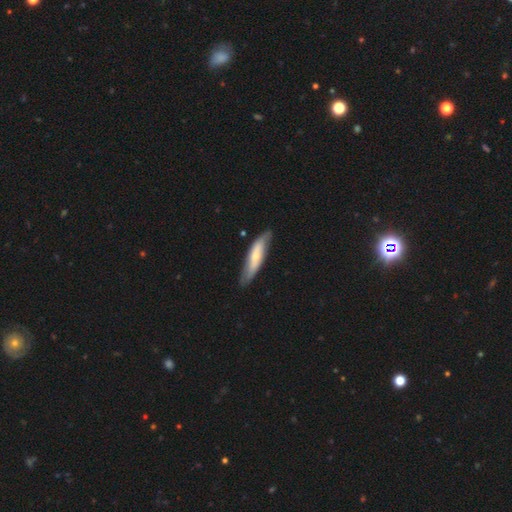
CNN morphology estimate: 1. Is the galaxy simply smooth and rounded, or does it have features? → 51% smooth, 44% featured or disk, 5% star or artifact.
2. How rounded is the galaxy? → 70% cigar-shaped, 28% in between, 2% round.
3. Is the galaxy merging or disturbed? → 76% none, 18% minor disturbance, 4% major disturbance, 2% merger.